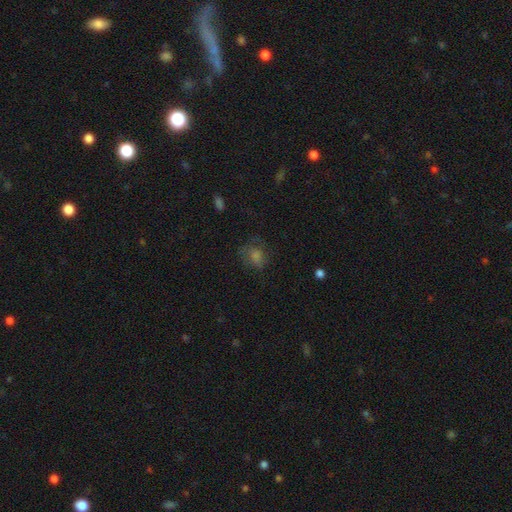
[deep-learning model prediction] Smooth or featured? Predicted: smooth (p=0.55). How rounded? Predicted: round (p=0.63). Merging? Predicted: none (p=0.62).